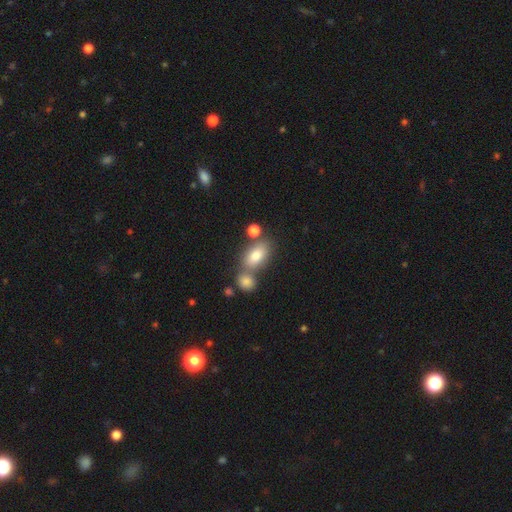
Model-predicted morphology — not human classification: Smooth or featured: smooth — 78% (featured or disk — 12%)
How rounded: in between — 88% (round — 9%)
Merging: none — 53% (merger — 31%)